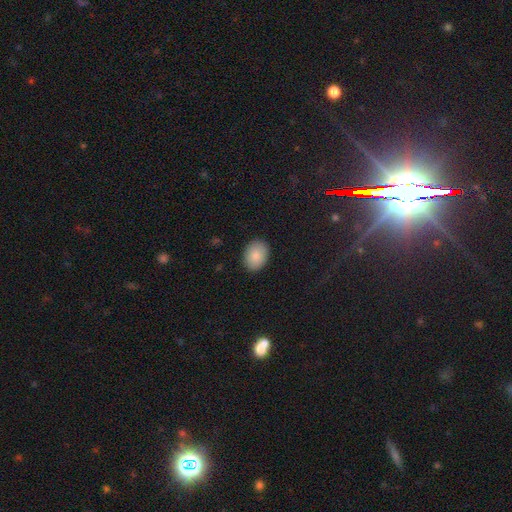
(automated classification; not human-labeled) This is clearly a smooth galaxy (87%). How rounded: likely in between (68%). Merging: clearly none (89%).